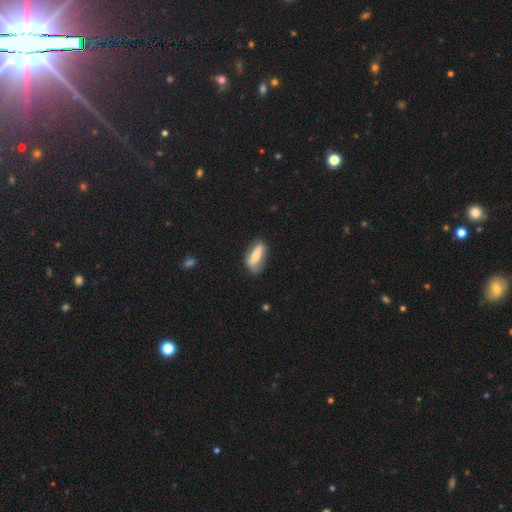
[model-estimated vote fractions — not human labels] This is likely a smooth galaxy (61%). How rounded: likely in between (64%). Merging: likely none (67%).